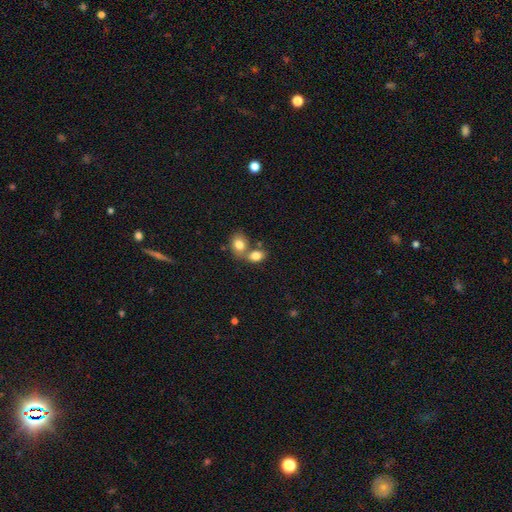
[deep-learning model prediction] Smooth or featured? smooth (81%)
How rounded? in between (69%)
Merging? merger (52%)